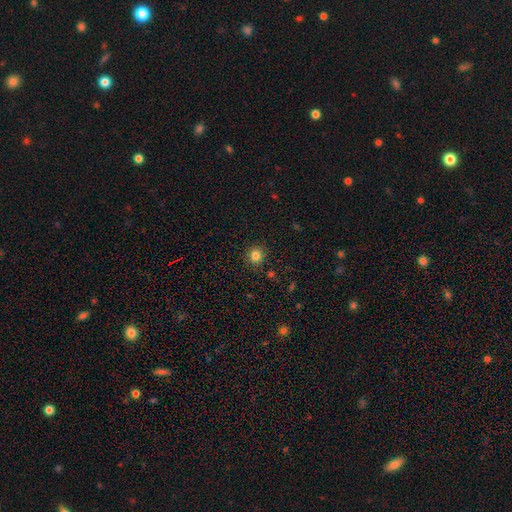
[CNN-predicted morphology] Q: Smooth or featured?
A: smooth (81%); runner-up: star or artifact (13%)
Q: How rounded?
A: round (92%); runner-up: in between (7%)
Q: Merging?
A: none (90%); runner-up: minor disturbance (7%)